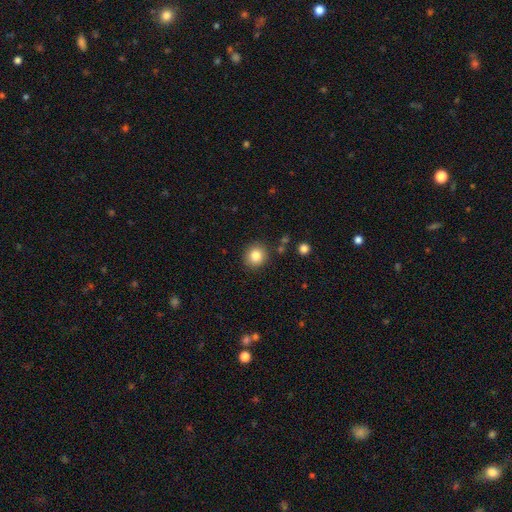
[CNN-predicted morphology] Overall: smooth (83%). How rounded: round (88%). Merging: none (88%).